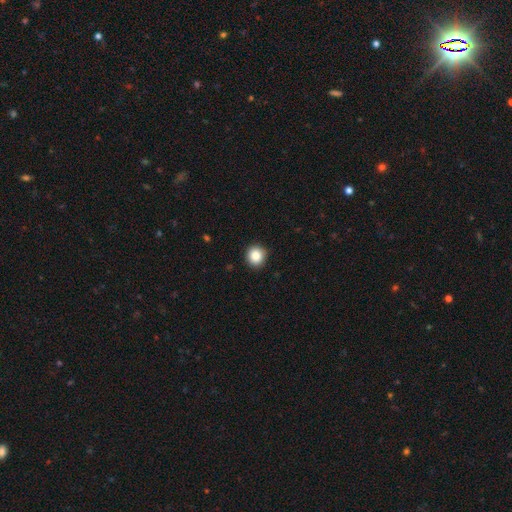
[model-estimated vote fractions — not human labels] This is clearly a smooth galaxy (86%). How rounded: clearly round (91%). Merging: clearly none (91%).